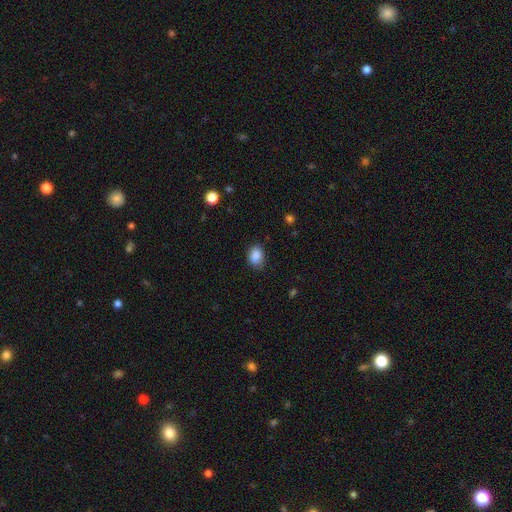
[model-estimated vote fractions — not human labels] This is clearly a smooth galaxy (87%). How rounded: likely in between (69%). Merging: likely none (79%).